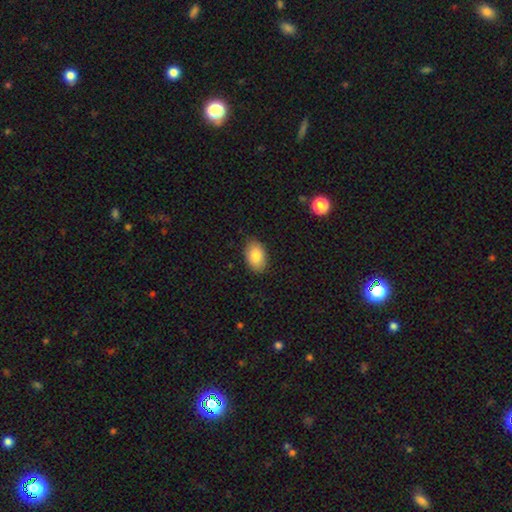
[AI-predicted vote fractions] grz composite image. It shows a smooth galaxy with no disk features (85%) that is in between round and cigar-shaped (89%). Merging: none (84%).